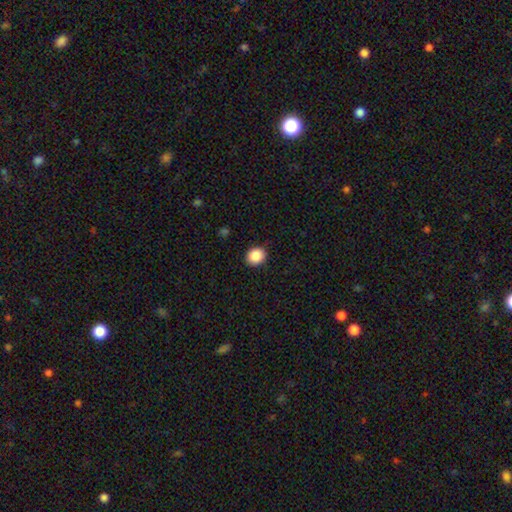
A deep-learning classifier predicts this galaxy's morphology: Smooth or featured?
  - smooth: 87% *
  - star or artifact: 9%
  - featured or disk: 4%
How rounded?
  - round: 65% *
  - in between: 34%
  - cigar-shaped: 1%
Merging?
  - none: 90% *
  - minor disturbance: 7%
  - major disturbance: 2%
  - merger: 1%